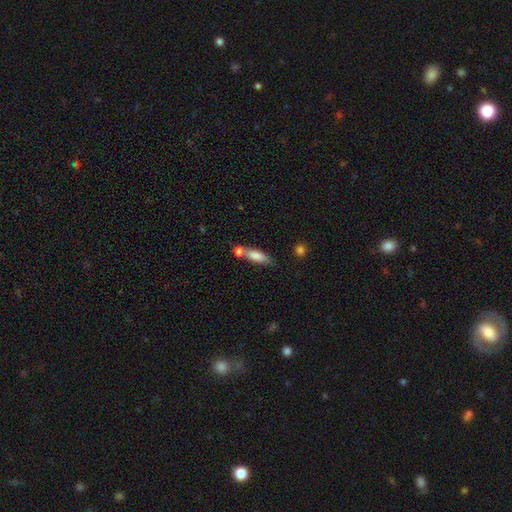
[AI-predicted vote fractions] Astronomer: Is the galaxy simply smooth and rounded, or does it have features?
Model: smooth — 76%.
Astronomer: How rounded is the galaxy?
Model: in between — 51% (runner-up: cigar-shaped, 46%).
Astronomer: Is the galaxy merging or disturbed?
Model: none — 44% (runner-up: merger, 34%).